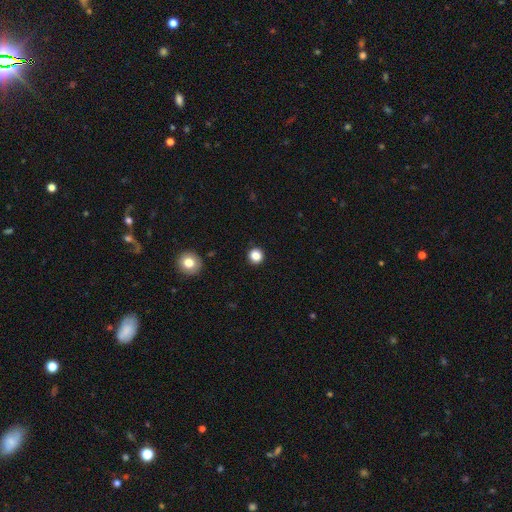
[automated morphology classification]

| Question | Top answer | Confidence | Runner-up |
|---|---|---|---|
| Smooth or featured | smooth | 84% | star or artifact (12%) |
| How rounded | round | 94% | in between (5%) |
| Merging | none | 92% | minor disturbance (5%) |